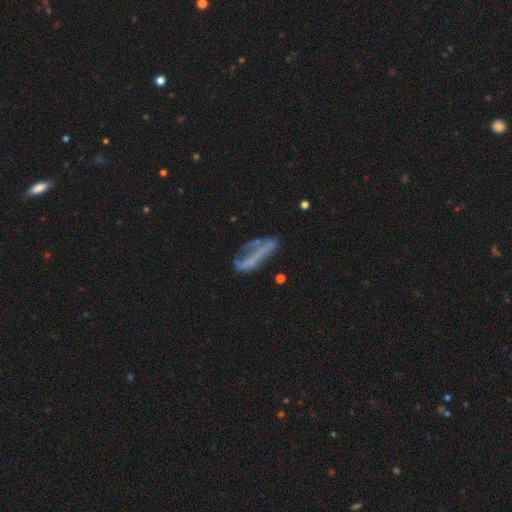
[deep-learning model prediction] The model was most divided on "smooth or featured": featured or disk: 47%, smooth: 39%, star or artifact: 14%. Remaining: merging — none (43%).